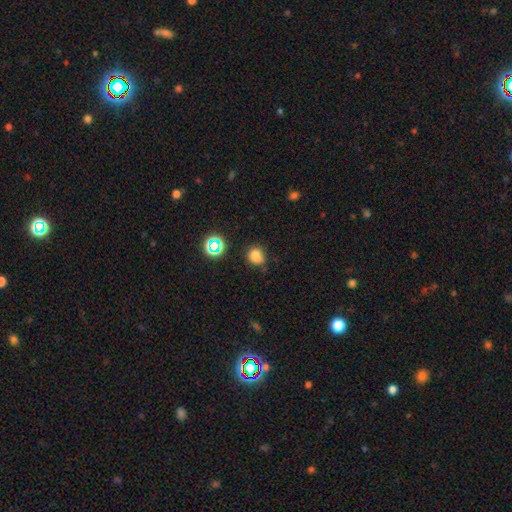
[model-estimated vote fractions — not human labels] Smooth or featured: smooth — 77% (star or artifact — 18%)
How rounded: round — 69% (in between — 30%)
Merging: none — 69% (minor disturbance — 22%)